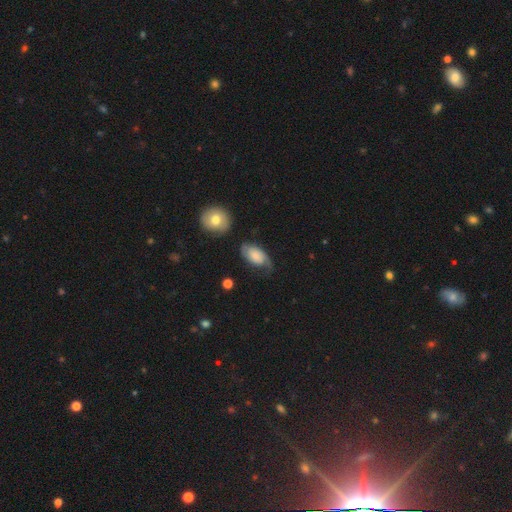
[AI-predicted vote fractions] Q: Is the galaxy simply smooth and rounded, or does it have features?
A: smooth — 49%.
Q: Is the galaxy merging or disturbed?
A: none — 45%.